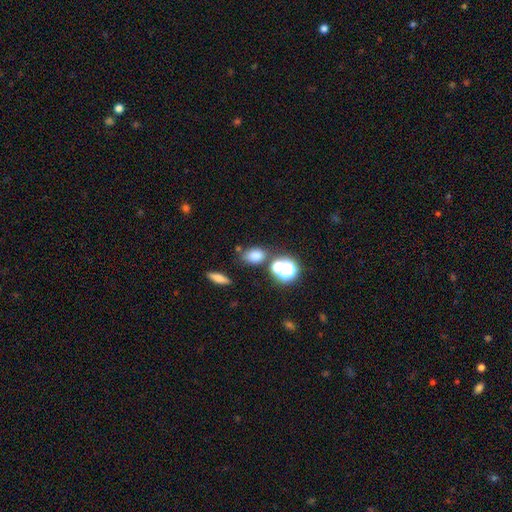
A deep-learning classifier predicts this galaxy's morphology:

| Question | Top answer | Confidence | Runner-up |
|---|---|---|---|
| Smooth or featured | smooth | 71% | star or artifact (20%) |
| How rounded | in between | 66% | round (32%) |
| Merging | none | 64% | merger (17%) |